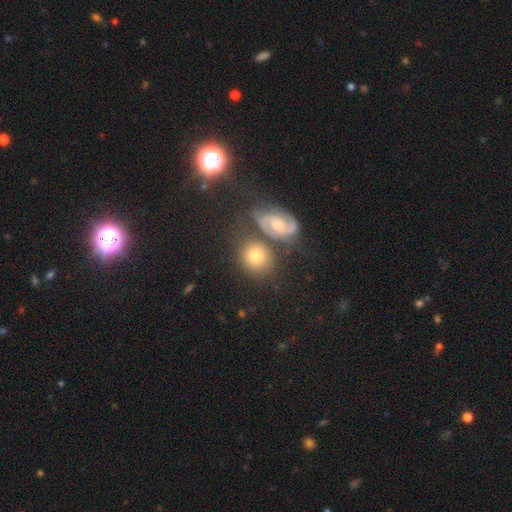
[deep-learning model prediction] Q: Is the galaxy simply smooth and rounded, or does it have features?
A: smooth — 56%.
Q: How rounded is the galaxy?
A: round — 76%.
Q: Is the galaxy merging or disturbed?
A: none — 66%.